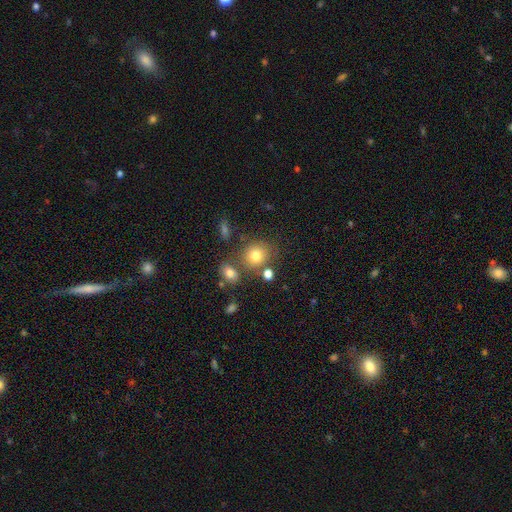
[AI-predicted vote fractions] This is likely a smooth galaxy (77%). How rounded: likely round (77%). Merging: likely none (69%).